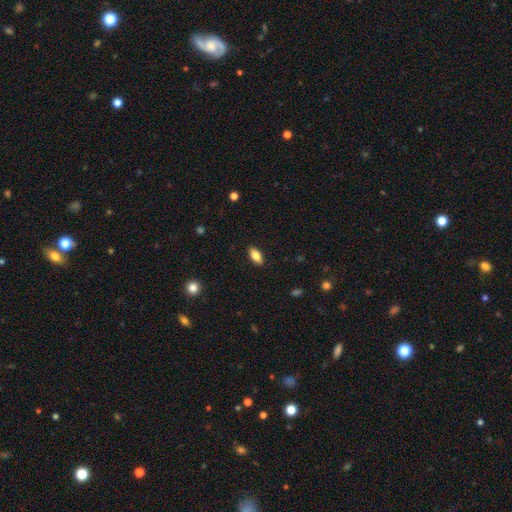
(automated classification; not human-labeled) Overall: smooth (76%). How rounded: in between (86%). Merging: none (88%).